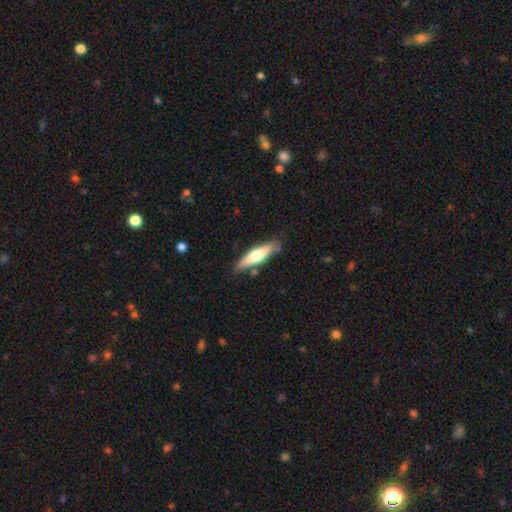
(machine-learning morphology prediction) This appears to be a featured or disk galaxy (48%). Merging: none (82%).